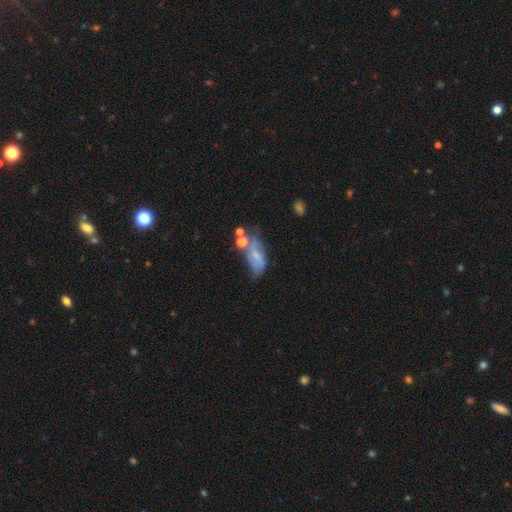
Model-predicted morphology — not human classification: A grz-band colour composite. It shows a featured or disk galaxy (56%) with no bar (45%), spiral arms (64%) and a small central bulge (47%). Merging: none (32%).